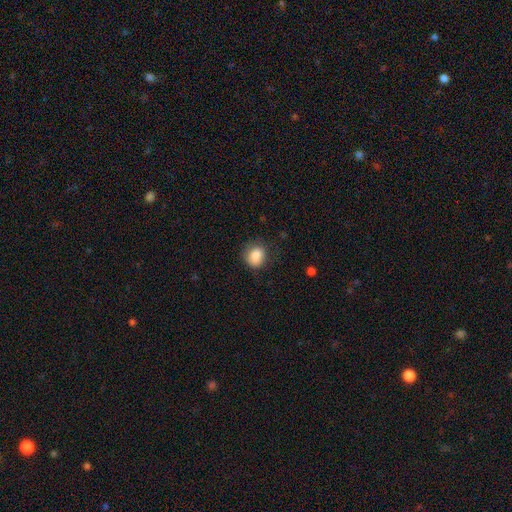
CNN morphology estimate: smooth_or_featured: smooth (p=0.86) [alt: star or artifact p=0.09]
how_rounded: round (p=0.64) [alt: in between p=0.35]
merging: none (p=0.70) [alt: minor disturbance p=0.22]